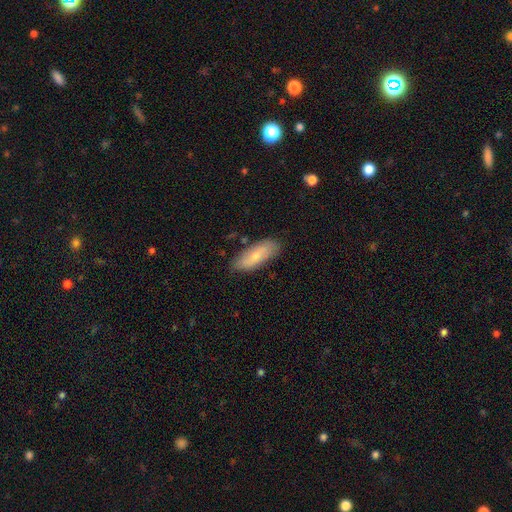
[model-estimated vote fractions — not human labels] Smooth or featured?
  - smooth: 67% *
  - featured or disk: 27%
  - star or artifact: 6%
How rounded?
  - in between: 73% *
  - cigar-shaped: 25%
  - round: 2%
Merging?
  - none: 79% *
  - minor disturbance: 16%
  - major disturbance: 3%
  - merger: 2%